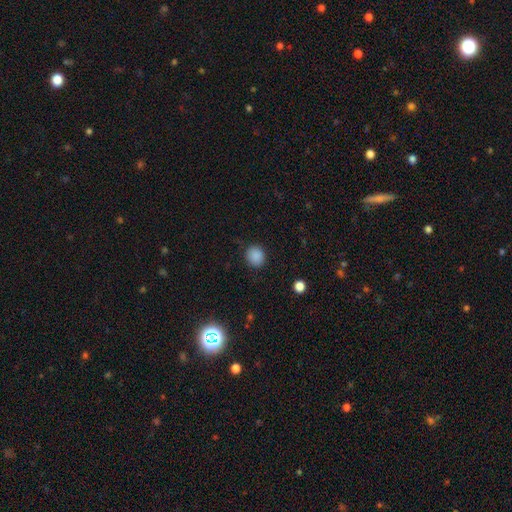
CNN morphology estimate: Q: Smooth or featured?
A: smooth (87%); runner-up: star or artifact (10%)
Q: How rounded?
A: round (79%); runner-up: in between (20%)
Q: Merging?
A: none (87%); runner-up: minor disturbance (9%)